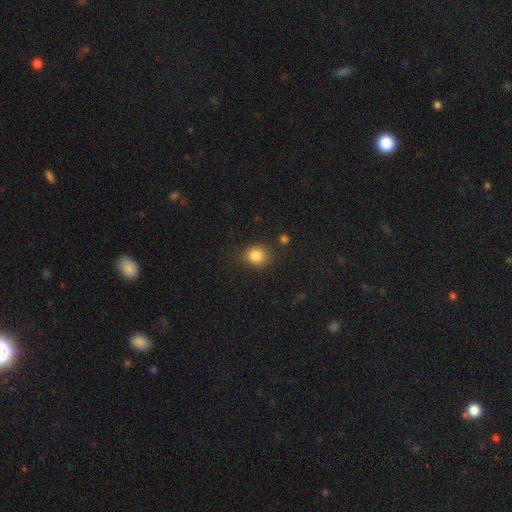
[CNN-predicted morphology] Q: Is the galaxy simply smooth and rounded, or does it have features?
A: smooth — 85%.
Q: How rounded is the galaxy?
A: round — 72%.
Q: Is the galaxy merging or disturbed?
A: none — 79%.